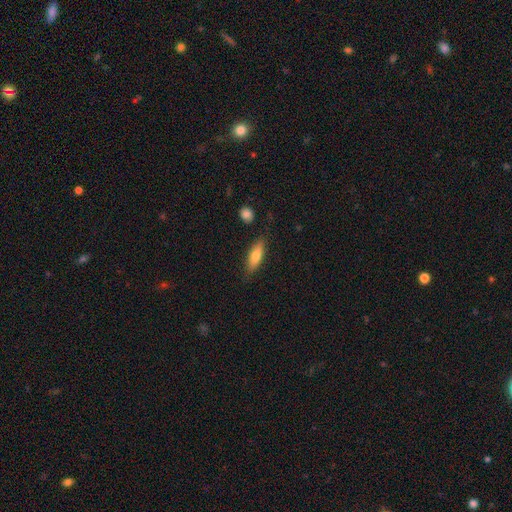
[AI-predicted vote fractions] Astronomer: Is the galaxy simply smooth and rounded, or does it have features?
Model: smooth — 70%.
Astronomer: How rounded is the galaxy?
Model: in between — 49% (runner-up: cigar-shaped, 48%).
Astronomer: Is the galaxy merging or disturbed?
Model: none — 82%.